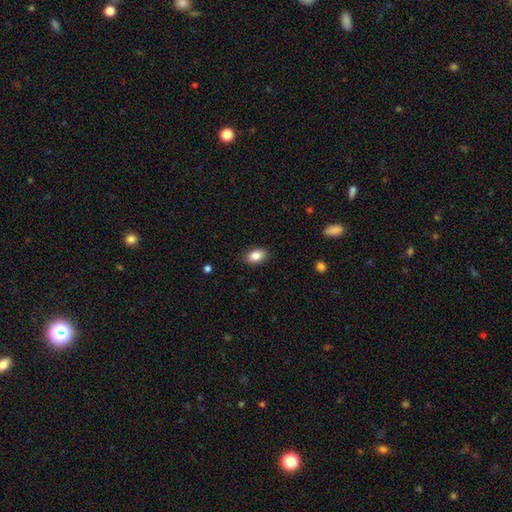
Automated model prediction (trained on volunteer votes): A smooth galaxy with no disk features (85%) that is in between round and cigar-shaped (89%).

Vote fractions:
- Smooth or featured? smooth: 85% / star or artifact: 8% / featured or disk: 7%
- How rounded? in between: 89% / round: 9% / cigar-shaped: 2%
- Merging? none: 88% / minor disturbance: 9% / major disturbance: 2% / merger: 1%